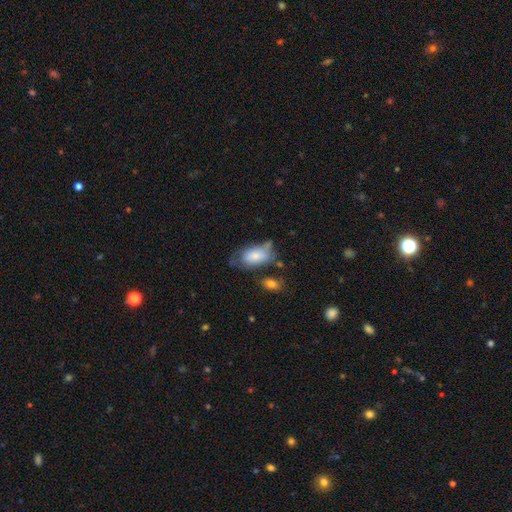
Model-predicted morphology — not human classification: smooth 70%, featured or disk 23%, star or artifact 7%. Down the decision tree: how rounded — in between (92%); merging — none (37%).